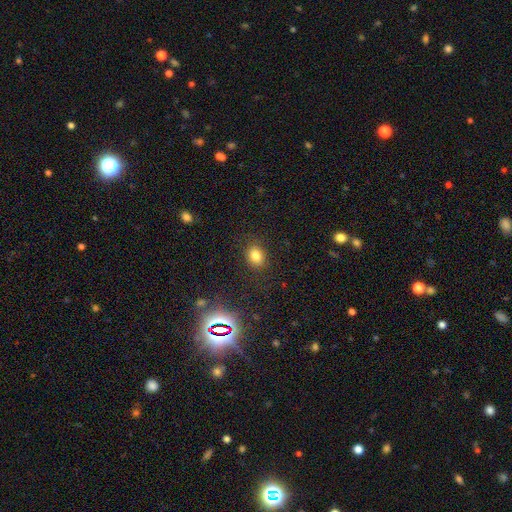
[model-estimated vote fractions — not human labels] This is likely a smooth galaxy (79%). How rounded: likely in between (60%). Merging: clearly none (86%).